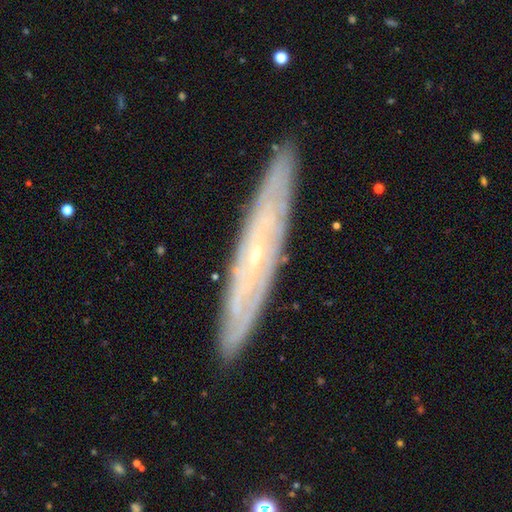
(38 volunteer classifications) Volunteers were most divided on "edge-on bulge": none: 52%, rounded: 48%, boxy: 0%. More confident: merging — none (92%); smooth or featured — featured or disk (76%); edge-on disk — yes (72%).